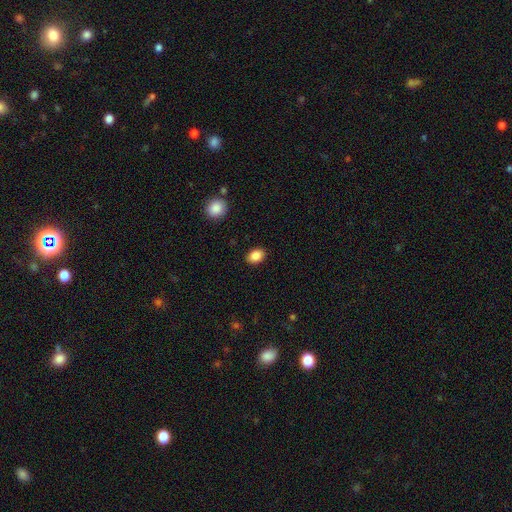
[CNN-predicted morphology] A smooth galaxy with no disk features (88%) that is in between round and cigar-shaped (72%).

Vote fractions:
- Smooth or featured? smooth: 88% / star or artifact: 8% / featured or disk: 4%
- How rounded? in between: 72% / round: 27% / cigar-shaped: 1%
- Merging? none: 89% / minor disturbance: 7% / major disturbance: 2% / merger: 1%